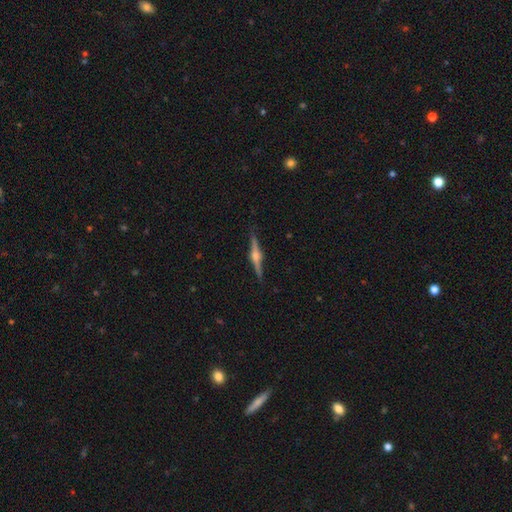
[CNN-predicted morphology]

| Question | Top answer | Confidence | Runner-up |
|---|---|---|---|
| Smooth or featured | featured or disk | 82% | smooth (12%) |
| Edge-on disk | yes | 98% | no (2%) |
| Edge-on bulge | rounded | 92% | boxy (6%) |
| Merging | none | 90% | minor disturbance (7%) |